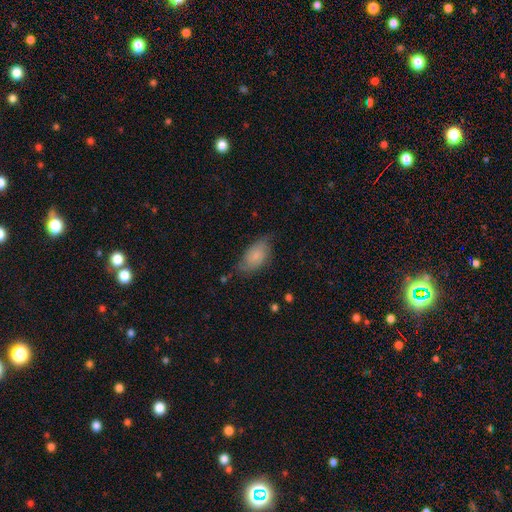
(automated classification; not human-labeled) smooth 61%, featured or disk 32%, star or artifact 7%. Down the decision tree: how rounded — in between (92%); merging — none (60%).